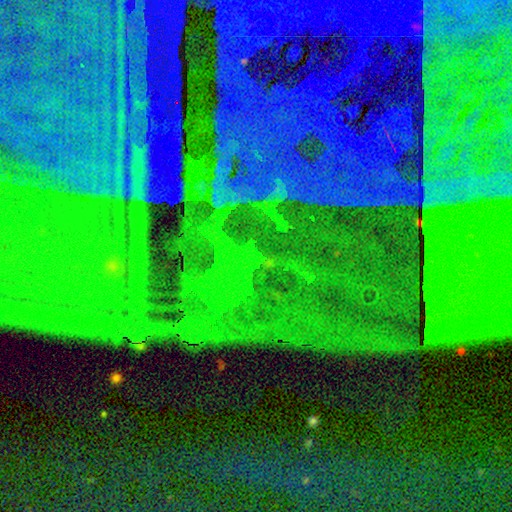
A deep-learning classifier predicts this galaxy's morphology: This appears to be a star or artifact, not a galaxy (89%).